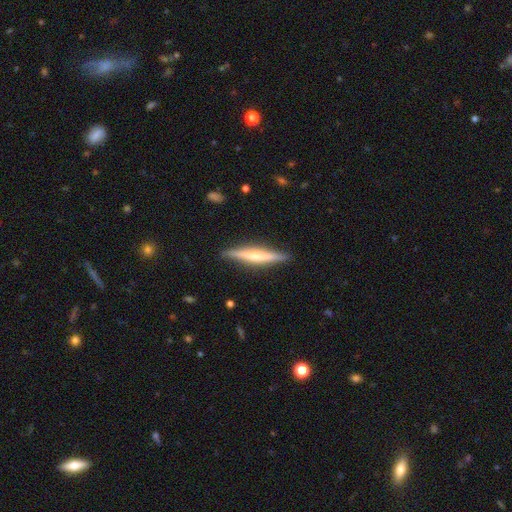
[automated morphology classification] type=featured or disk (58%); edge-on=yes (97%); edge-on bulge=rounded (53%); merging=none (89%).